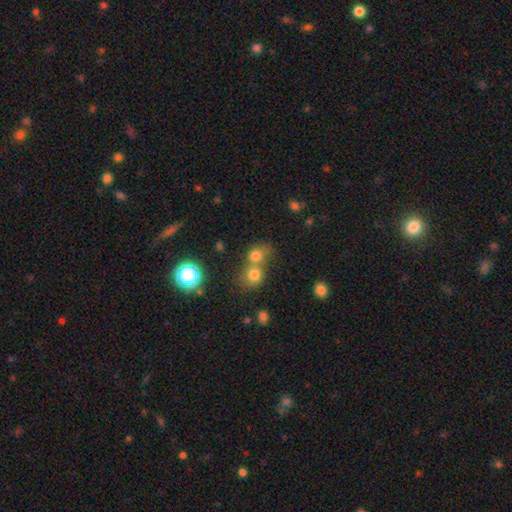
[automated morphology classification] type=smooth (73%); roundness=round (73%); merging=merger (54%).